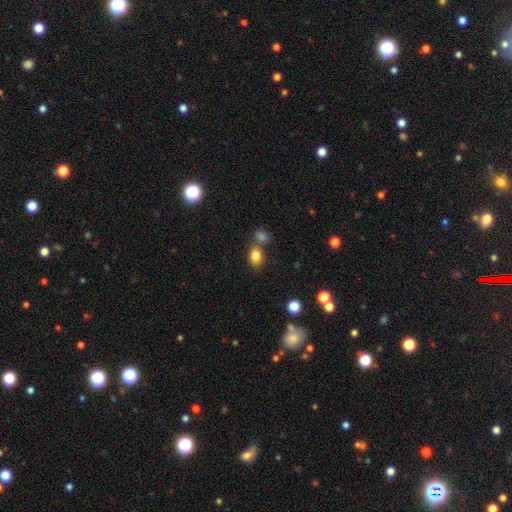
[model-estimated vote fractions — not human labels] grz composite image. It shows a smooth galaxy with no disk features (82%) that is in between round and cigar-shaped (74%). Merging: none (59%).